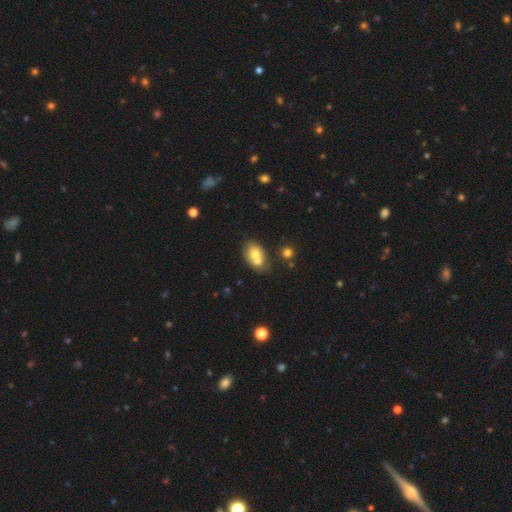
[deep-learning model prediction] Smooth or featured: smooth — 68% (featured or disk — 22%)
How rounded: in between — 72% (round — 26%)
Merging: merger — 54% (none — 32%)